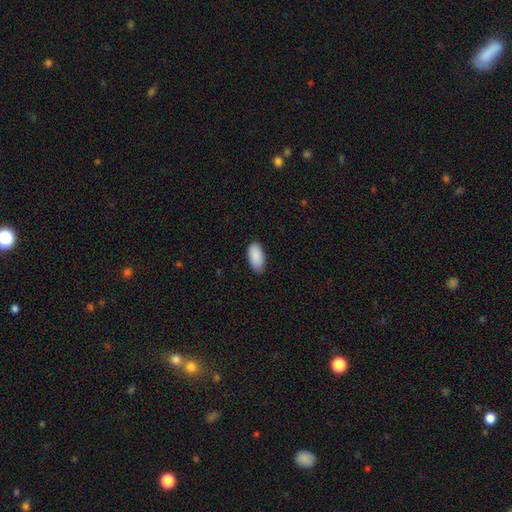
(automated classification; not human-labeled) smooth_or_featured: smooth (p=0.90) [alt: star or artifact p=0.06]
how_rounded: in between (p=0.95) [alt: cigar-shaped p=0.03]
merging: none (p=0.81) [alt: minor disturbance p=0.16]